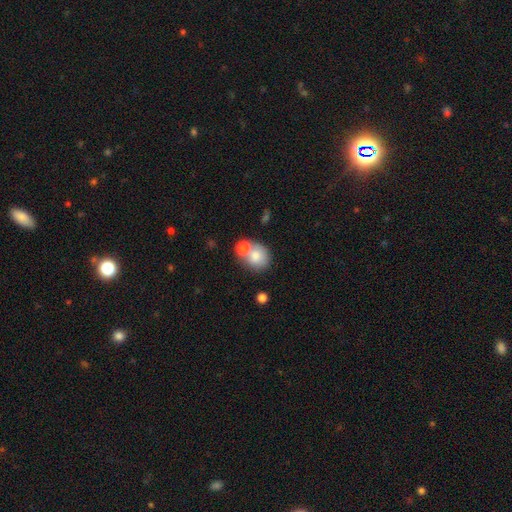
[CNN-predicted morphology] A smooth galaxy with no disk features (78%) that is round (74%). Merging: none (46%).